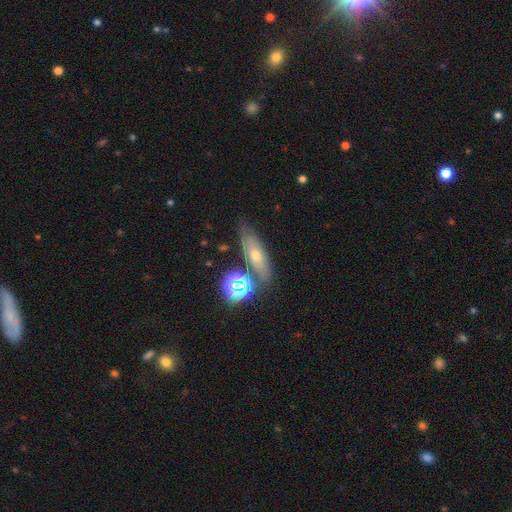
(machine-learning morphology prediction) Smooth or featured? smooth (50%)
Merging? none (70%)